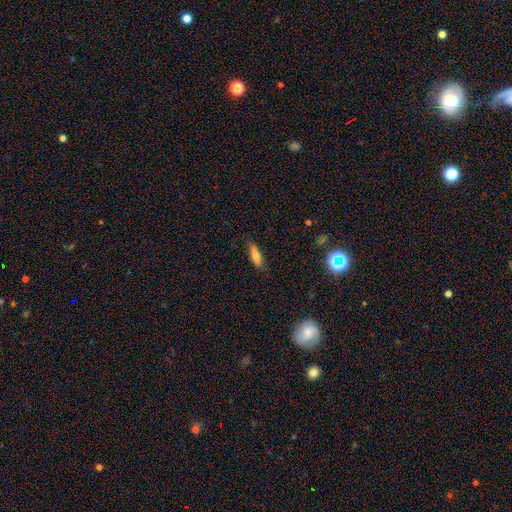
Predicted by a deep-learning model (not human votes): The model was most divided on "how rounded": cigar-shaped: 57%, in between: 40%, round: 2%. More confident: merging — none (83%); smooth or featured — smooth (67%).